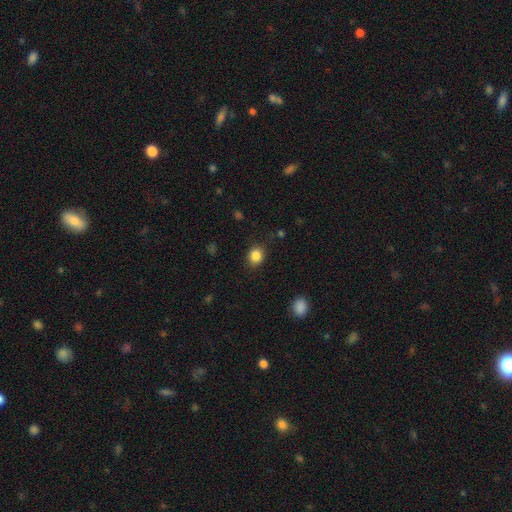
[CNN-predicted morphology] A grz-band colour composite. It shows a smooth galaxy with no disk features (85%) that is round (66%). Merging: none (83%).